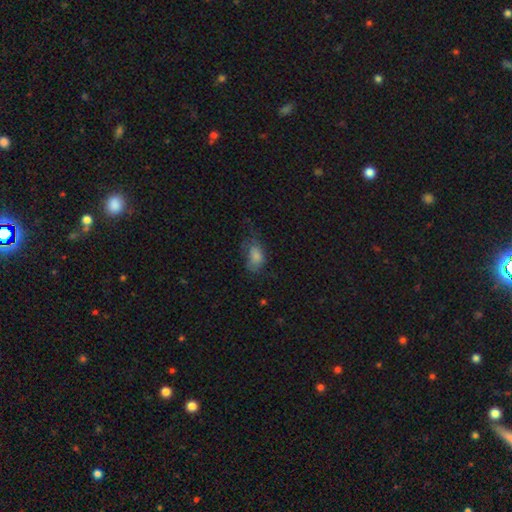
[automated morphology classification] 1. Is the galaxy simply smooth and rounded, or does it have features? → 72% smooth, 16% featured or disk, 12% star or artifact.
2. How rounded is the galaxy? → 86% in between, 11% round, 3% cigar-shaped.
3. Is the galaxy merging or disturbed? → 41% none, 29% minor disturbance, 28% major disturbance, 2% merger.